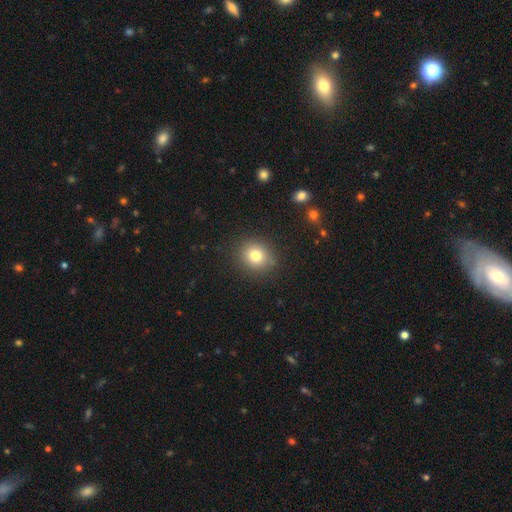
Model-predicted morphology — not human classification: Q: Smooth or featured?
A: smooth (78%); runner-up: star or artifact (13%)
Q: How rounded?
A: round (78%); runner-up: in between (21%)
Q: Merging?
A: none (87%); runner-up: minor disturbance (8%)